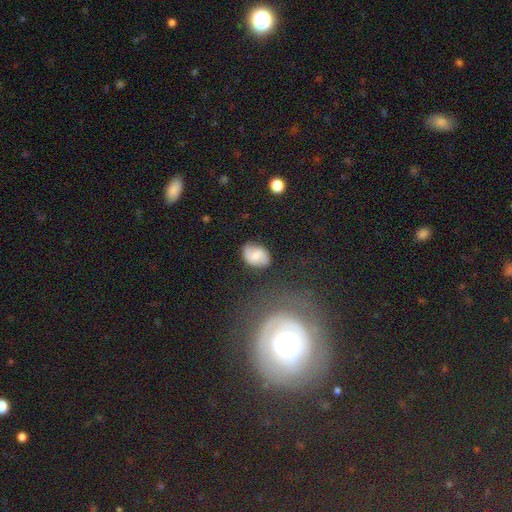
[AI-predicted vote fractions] smooth_or_featured: featured or disk (p=0.46) [alt: smooth p=0.45]
merging: none (p=0.74) [alt: minor disturbance p=0.17]